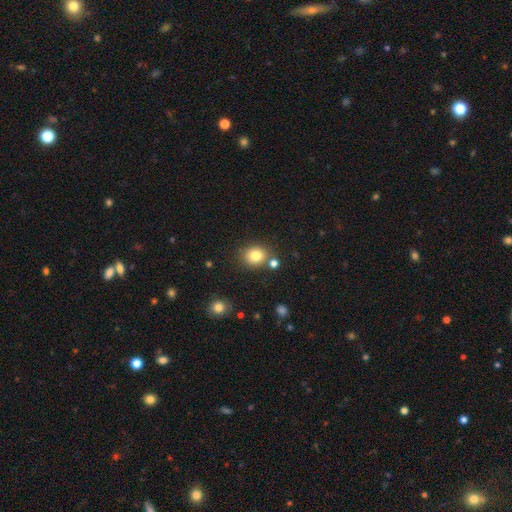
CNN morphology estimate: Smooth or featured? Predicted: smooth (p=0.81). How rounded? Predicted: round (p=0.73). Merging? Predicted: none (p=0.76).